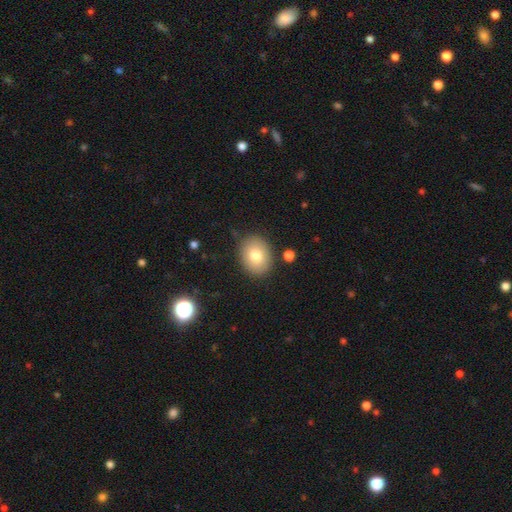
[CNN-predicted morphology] The model was most divided on "how rounded": in between: 57%, round: 43%, cigar-shaped: 1%. More confident: merging — none (86%); smooth or featured — smooth (78%).